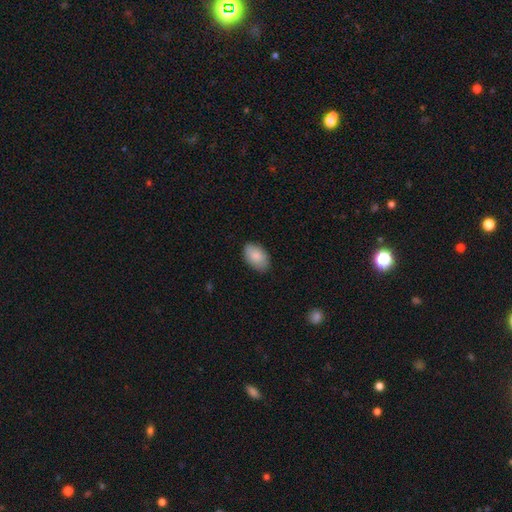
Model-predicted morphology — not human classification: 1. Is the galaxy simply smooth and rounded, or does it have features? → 87% smooth, 7% featured or disk, 6% star or artifact.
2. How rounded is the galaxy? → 91% in between, 8% round, 1% cigar-shaped.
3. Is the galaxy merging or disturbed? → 85% none, 12% minor disturbance, 2% major disturbance, 1% merger.